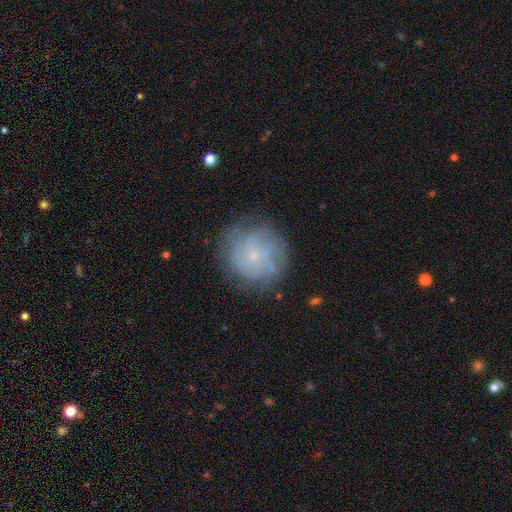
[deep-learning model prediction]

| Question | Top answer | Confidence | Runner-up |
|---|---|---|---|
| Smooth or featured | featured or disk | 47% | smooth (40%) |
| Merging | none | 78% | minor disturbance (15%) |